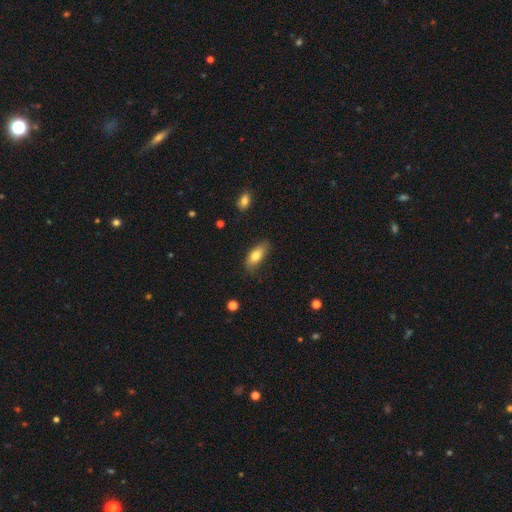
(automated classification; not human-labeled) This is likely a smooth galaxy (78%). How rounded: likely in between (79%). Merging: likely none (75%).